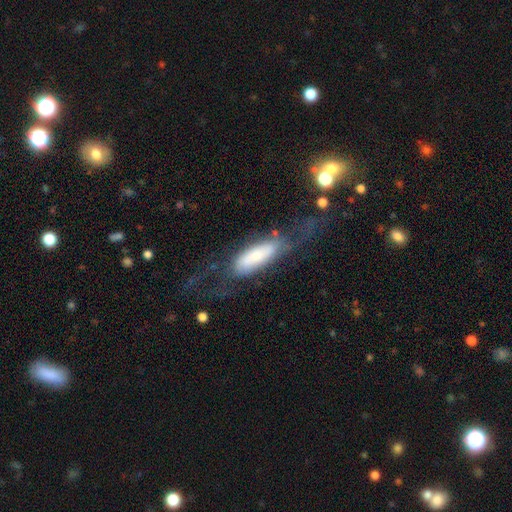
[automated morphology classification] Q: Smooth or featured?
A: smooth (56%); runner-up: featured or disk (36%)
Q: How rounded?
A: in between (62%); runner-up: cigar-shaped (36%)
Q: Merging?
A: none (46%); runner-up: major disturbance (29%)